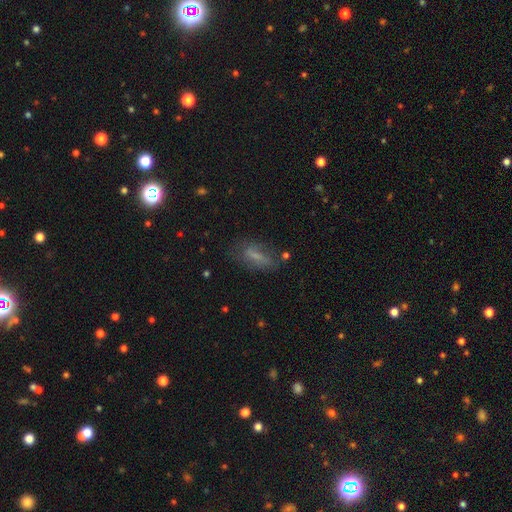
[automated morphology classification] Smooth or featured?
  - smooth: 58% *
  - featured or disk: 30%
  - star or artifact: 13%
How rounded?
  - in between: 66% *
  - cigar-shaped: 30%
  - round: 4%
Merging?
  - none: 61% *
  - minor disturbance: 23%
  - major disturbance: 13%
  - merger: 4%